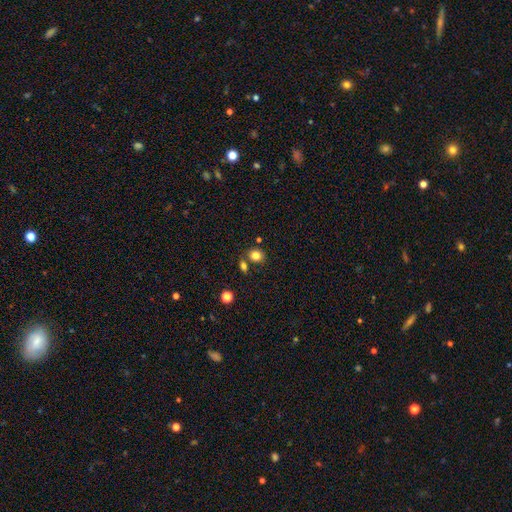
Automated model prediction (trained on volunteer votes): This appears to be a smooth galaxy with no disk features (82%) that is round (72%). Merging: none (74%).